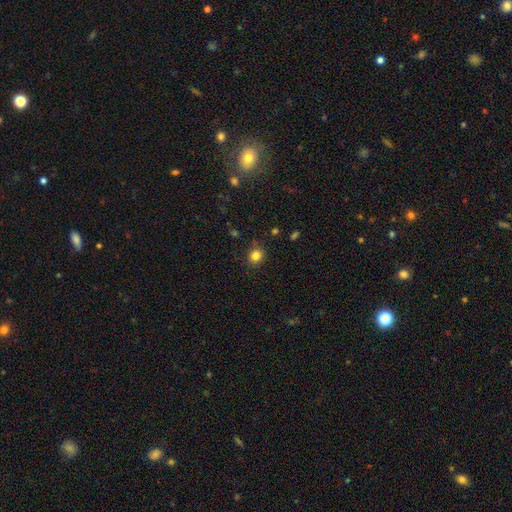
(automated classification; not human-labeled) A smooth galaxy with no disk features (82%) that is round (85%).

Vote fractions:
- Smooth or featured? smooth: 82% / star or artifact: 12% / featured or disk: 6%
- How rounded? round: 85% / in between: 14% / cigar-shaped: 1%
- Merging? none: 86% / minor disturbance: 10% / major disturbance: 2% / merger: 2%